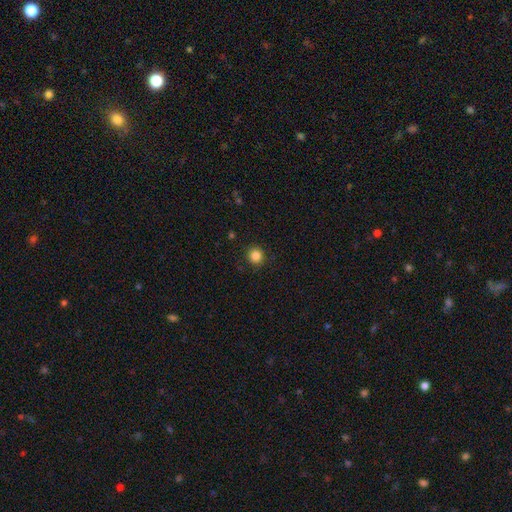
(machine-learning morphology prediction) This appears to be a smooth galaxy with no disk features (85%) that is round (92%). Merging: none (91%).